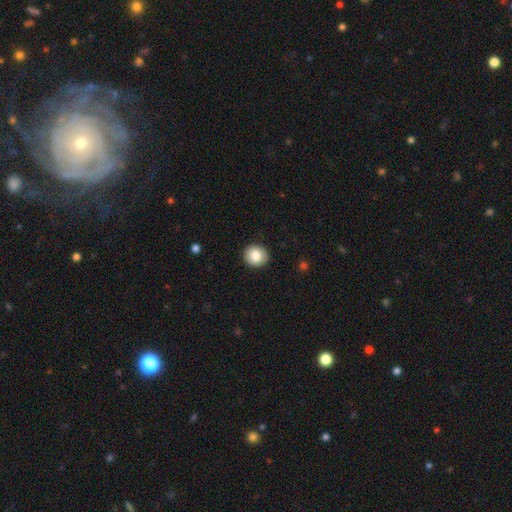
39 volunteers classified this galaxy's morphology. smooth_or_featured: smooth (p=0.85) [alt: featured or disk p=0.08]
how_rounded: round (p=0.85) [alt: in between p=0.15]
merging: none (p=0.94) [alt: minor disturbance p=0.06]